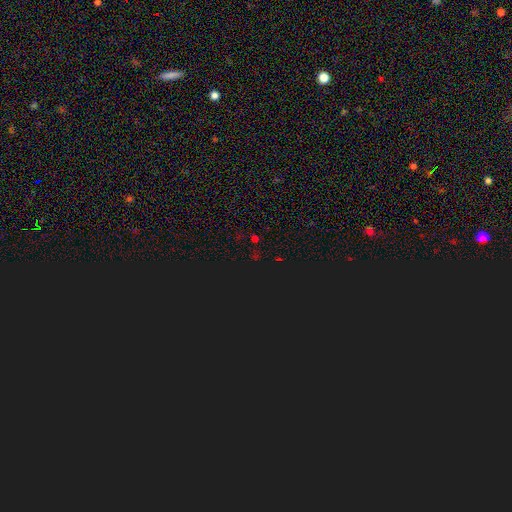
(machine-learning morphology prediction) star or artifact 74%, smooth 19%, featured or disk 7%.